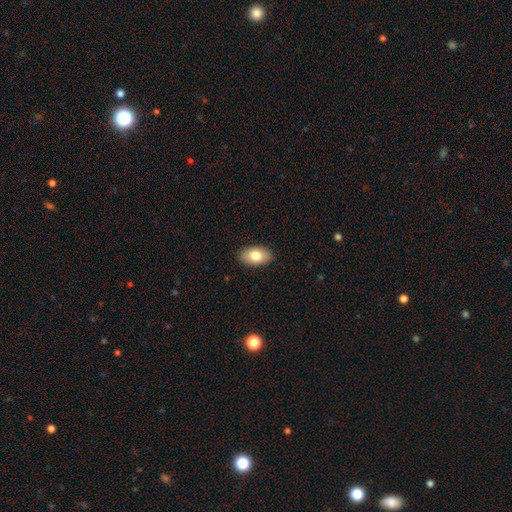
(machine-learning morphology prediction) Smooth or featured? Predicted: smooth (p=0.80). How rounded? Predicted: in between (p=0.93). Merging? Predicted: none (p=0.89).